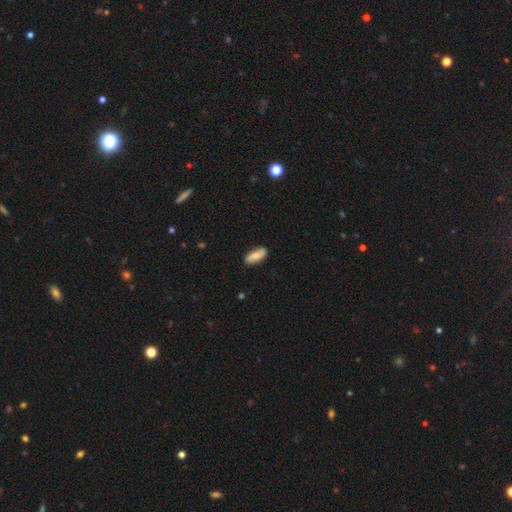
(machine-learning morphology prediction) This is likely a smooth galaxy (77%). How rounded: likely in between (79%). Merging: clearly none (84%).